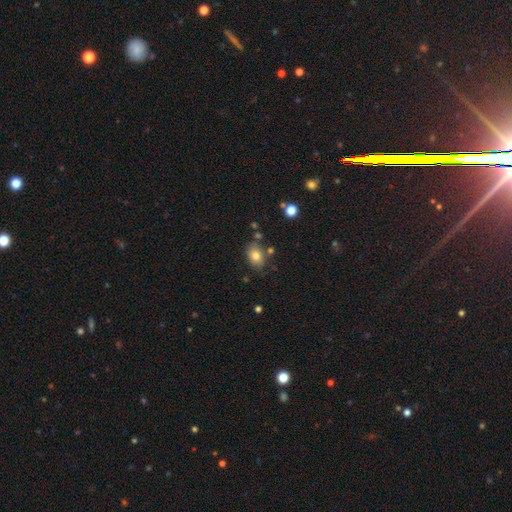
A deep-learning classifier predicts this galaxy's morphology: Smooth or featured? Predicted: smooth (p=0.79). How rounded? Predicted: in between (p=0.73). Merging? Predicted: none (p=0.75).